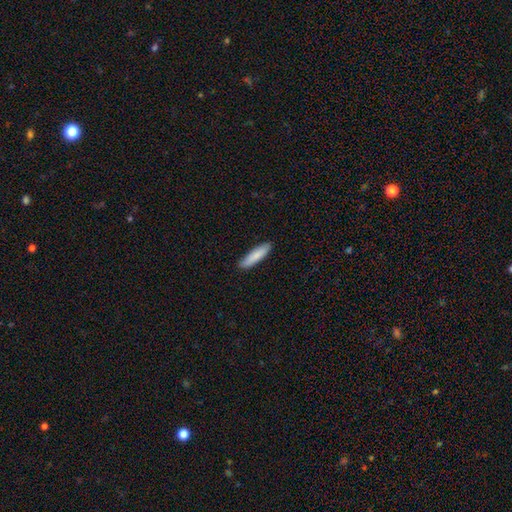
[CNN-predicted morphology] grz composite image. It shows a smooth galaxy with no disk features (84%) that is cigar-shaped (76%). Merging: none (89%).